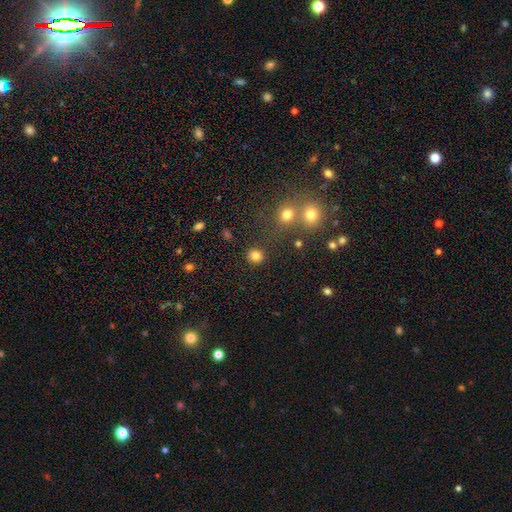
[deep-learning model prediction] A smooth galaxy with no disk features (82%) that is round (86%).

Vote fractions:
- Smooth or featured? smooth: 82% / star or artifact: 14% / featured or disk: 5%
- How rounded? round: 86% / in between: 13% / cigar-shaped: 1%
- Merging? none: 85% / minor disturbance: 7% / merger: 5% / major disturbance: 3%